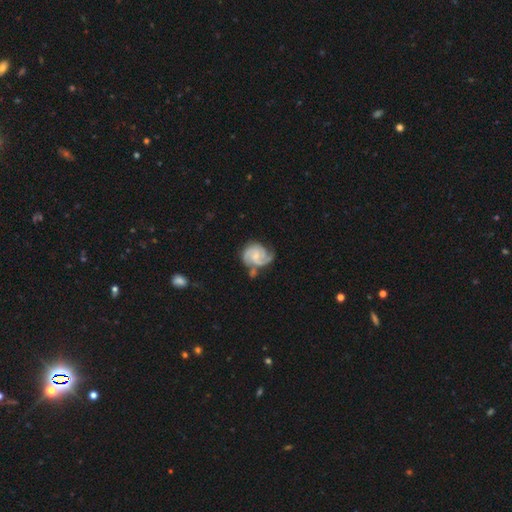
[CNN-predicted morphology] Q: Smooth or featured?
A: featured or disk (84%); runner-up: smooth (11%)
Q: Edge-on disk?
A: no (98%); runner-up: yes (2%)
Q: Bar?
A: no (59%); runner-up: weak (35%)
Q: Spiral arms?
A: yes (97%); runner-up: no (3%)
Q: Spiral winding?
A: tight (50%); runner-up: medium (41%)
Q: Spiral arm count?
A: 2 (45%); runner-up: 3 (35%)
Q: Bulge size?
A: small (58%); runner-up: moderate (31%)
Q: Merging?
A: none (54%); runner-up: minor disturbance (25%)